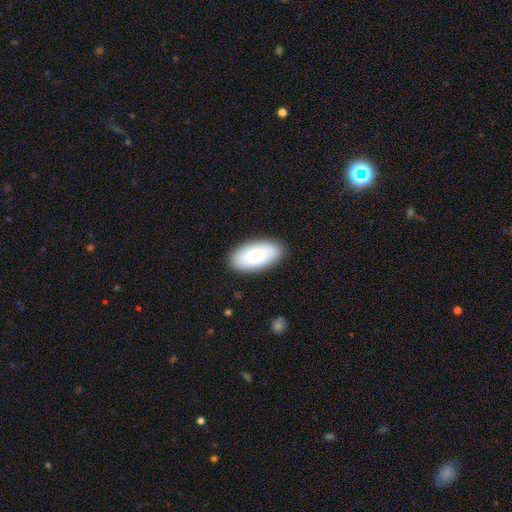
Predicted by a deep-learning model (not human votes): Morphology: type=smooth (76%); roundness=in between (94%); merging=none (88%).